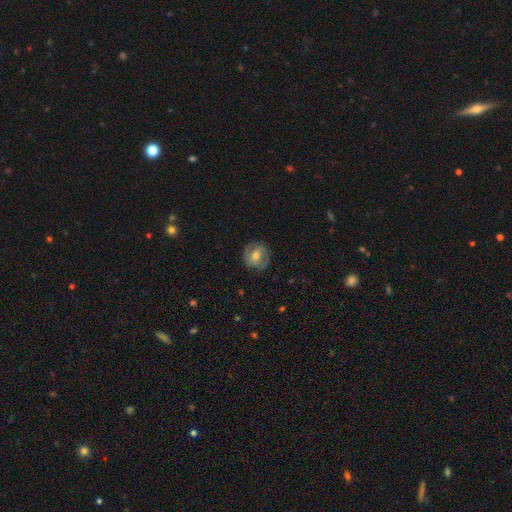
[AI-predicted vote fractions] smooth_or_featured: featured or disk (p=0.62) [alt: smooth p=0.31]
disk_edge_on: no (p=0.96) [alt: yes p=0.04]
bar: weak (p=0.41) [alt: no p=0.39]
has_spiral_arms: yes (p=0.75) [alt: no p=0.25]
bulge_size: moderate (p=0.64) [alt: small p=0.30]
merging: none (p=0.79) [alt: minor disturbance p=0.14]